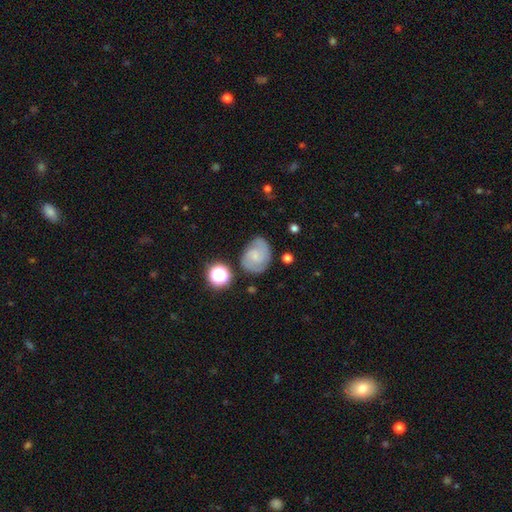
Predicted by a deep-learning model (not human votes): A featured or disk galaxy (62%) with no bar (62%), 2 (68%) medium (46%) spiral arms (92%) and a small central bulge (62%). Merging: none (71%).